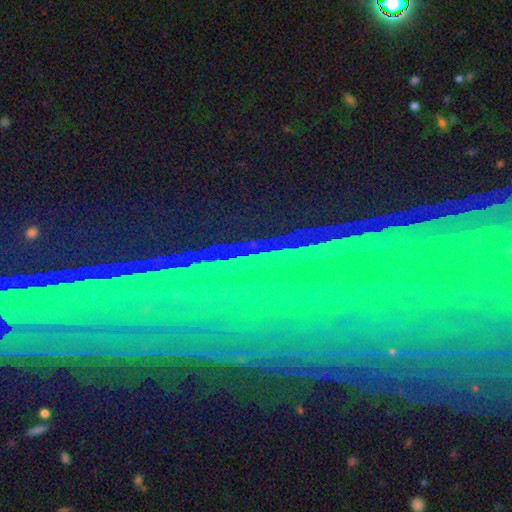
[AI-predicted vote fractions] Smooth or featured? star or artifact (82%)